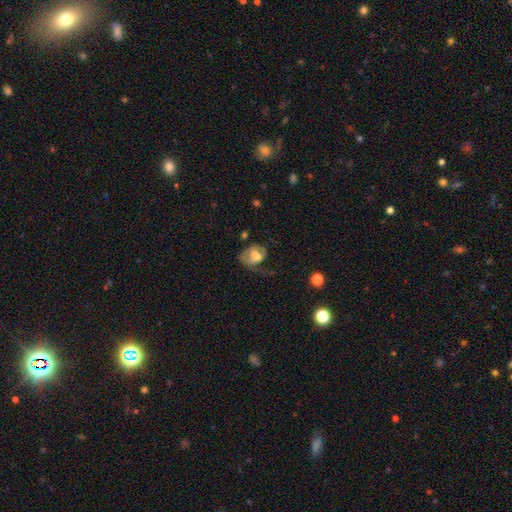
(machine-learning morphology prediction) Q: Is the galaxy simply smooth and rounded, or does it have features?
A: featured or disk — 46%.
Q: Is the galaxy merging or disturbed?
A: major disturbance — 49%.